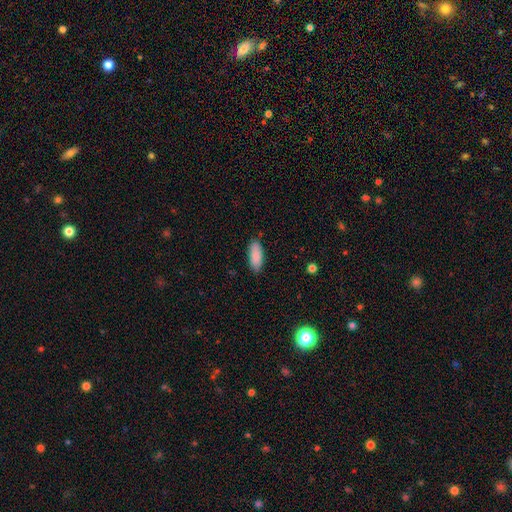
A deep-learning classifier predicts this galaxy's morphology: A smooth galaxy with no disk features (88%) that is in between round and cigar-shaped (78%). Merging: none (87%).